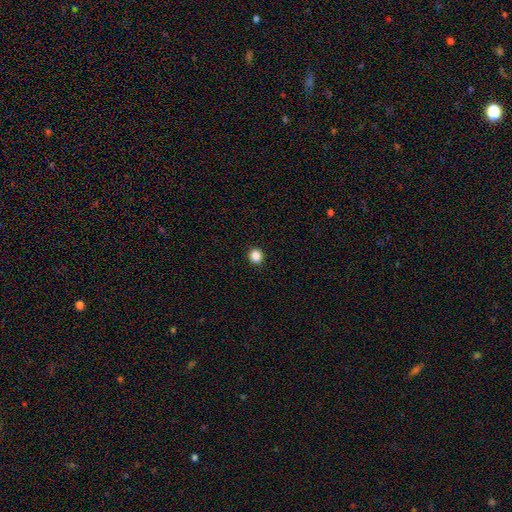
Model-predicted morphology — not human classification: Smooth or featured? smooth (86%)
How rounded? round (84%)
Merging? none (93%)